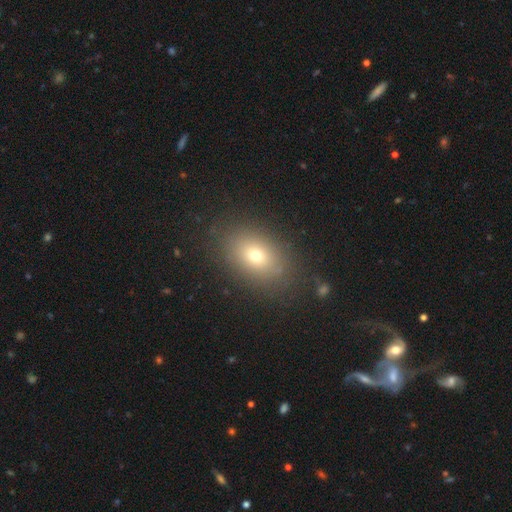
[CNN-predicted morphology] Smooth or featured? Predicted: smooth (p=0.71). How rounded? Predicted: in between (p=0.76). Merging? Predicted: none (p=0.84).